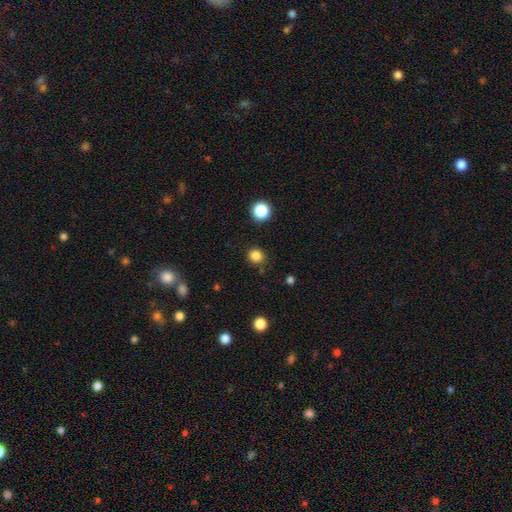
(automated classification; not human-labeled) smooth_or_featured: smooth (p=0.84) [alt: star or artifact p=0.13]
how_rounded: round (p=0.89) [alt: in between p=0.10]
merging: none (p=0.88) [alt: minor disturbance p=0.07]